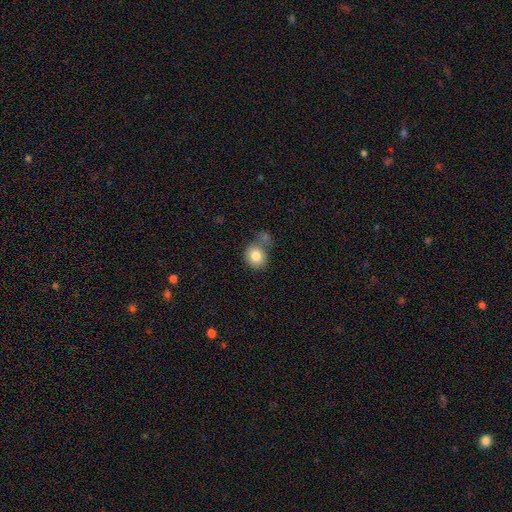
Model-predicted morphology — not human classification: A smooth galaxy with no disk features (82%) that is round (73%).

Vote fractions:
- Smooth or featured? smooth: 82% / star or artifact: 9% / featured or disk: 9%
- How rounded? round: 73% / in between: 27% / cigar-shaped: 1%
- Merging? none: 56% / merger: 22% / minor disturbance: 16% / major disturbance: 6%